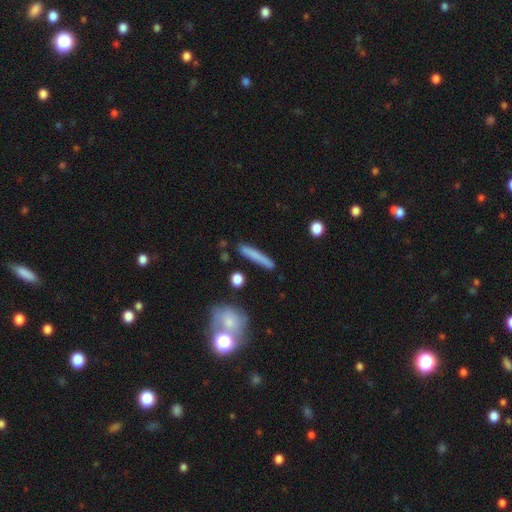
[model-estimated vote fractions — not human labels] This appears to be a smooth galaxy with no disk features (72%) that is cigar-shaped (93%). Merging: none (82%).